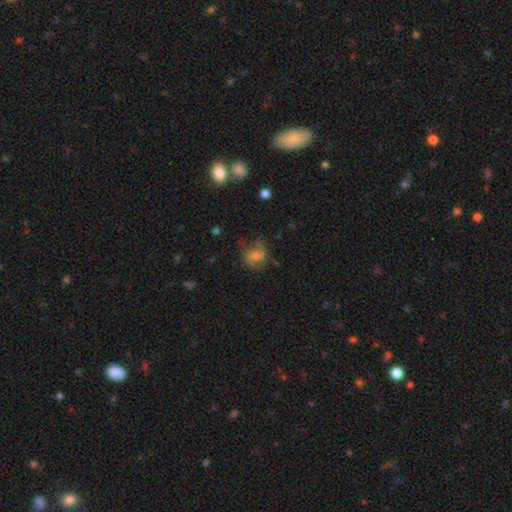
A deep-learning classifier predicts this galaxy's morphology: Smooth or featured? Predicted: smooth (p=0.56). How rounded? Predicted: round (p=0.51). Merging? Predicted: none (p=0.49).